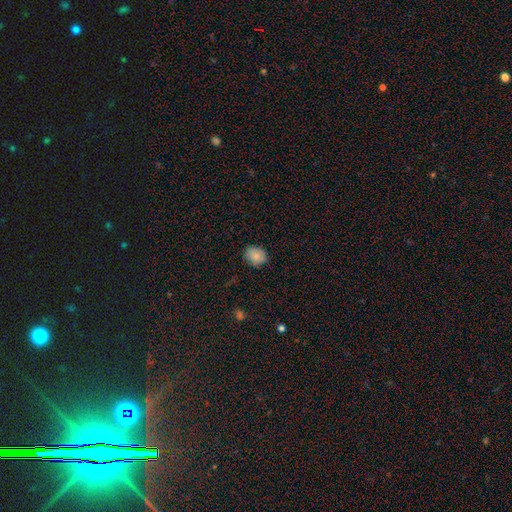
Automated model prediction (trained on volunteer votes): smooth_or_featured: smooth (p=0.87) [alt: star or artifact p=0.09]
how_rounded: round (p=0.53) [alt: in between p=0.46]
merging: none (p=0.83) [alt: minor disturbance p=0.14]